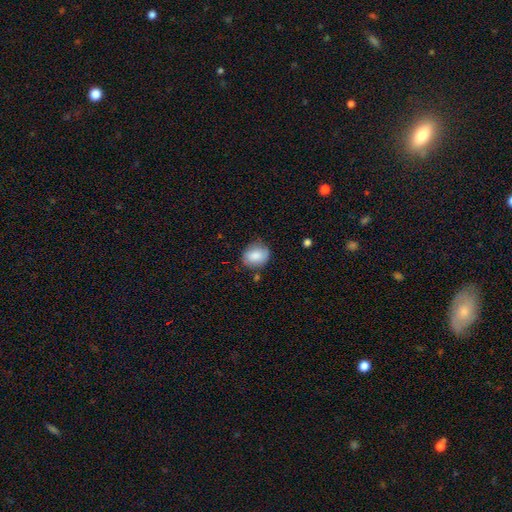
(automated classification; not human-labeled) Smooth or featured: smooth — 83% (featured or disk — 9%)
How rounded: round — 57% (in between — 42%)
Merging: none — 71% (minor disturbance — 21%)